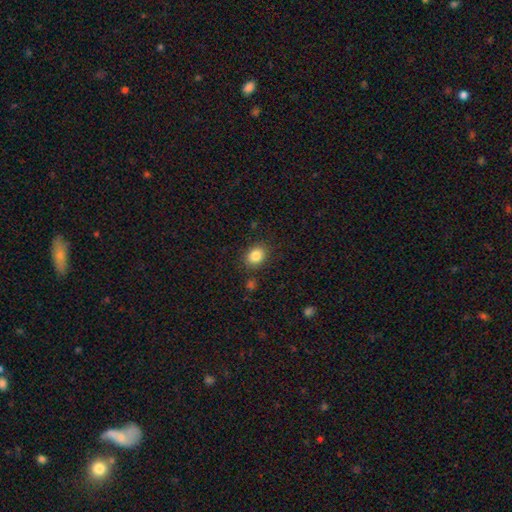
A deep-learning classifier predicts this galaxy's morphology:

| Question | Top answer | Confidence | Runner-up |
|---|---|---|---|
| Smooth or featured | smooth | 85% | star or artifact (10%) |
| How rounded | in between | 50% | round (49%) |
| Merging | none | 85% | minor disturbance (10%) |